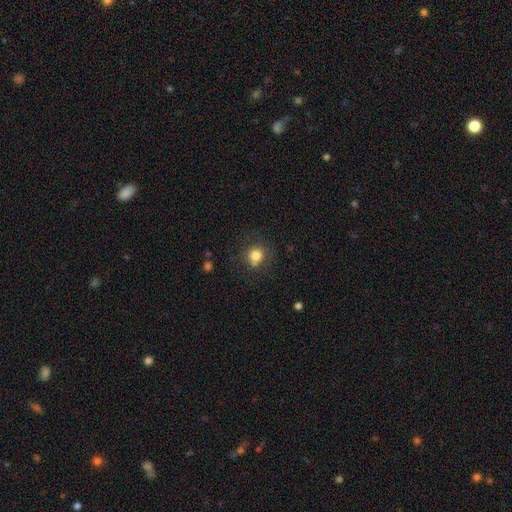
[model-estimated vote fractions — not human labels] Smooth or featured? Predicted: smooth (p=0.80). How rounded? Predicted: round (p=0.87). Merging? Predicted: none (p=0.67).